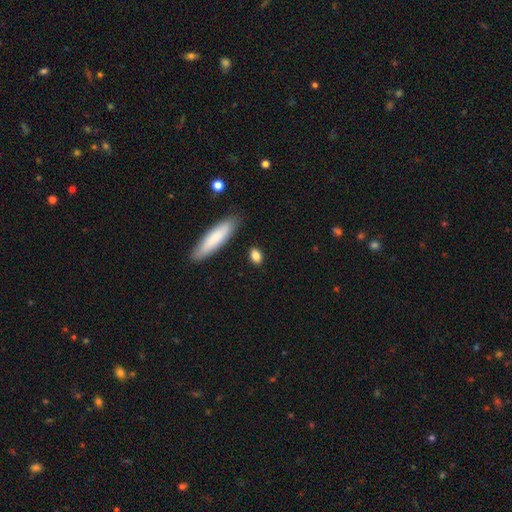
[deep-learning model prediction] Smooth or featured?
  - smooth: 84% *
  - featured or disk: 8%
  - star or artifact: 8%
How rounded?
  - in between: 73% *
  - cigar-shaped: 15%
  - round: 12%
Merging?
  - none: 83% *
  - minor disturbance: 10%
  - merger: 3%
  - major disturbance: 3%